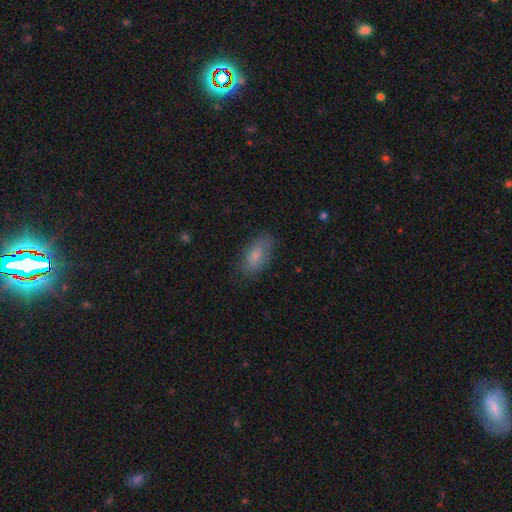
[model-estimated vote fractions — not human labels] The model was most divided on "merging": none: 78%, minor disturbance: 17%, major disturbance: 4%, merger: 1%. More confident: how rounded — in between (88%); smooth or featured — smooth (80%).